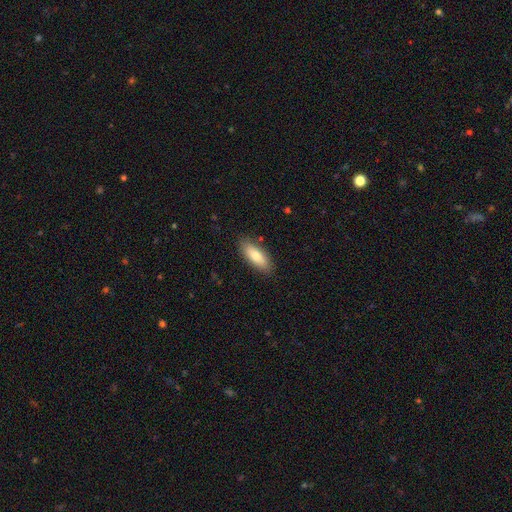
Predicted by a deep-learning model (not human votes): Smooth or featured: smooth — 75% (featured or disk — 18%)
How rounded: in between — 73% (cigar-shaped — 25%)
Merging: none — 86% (minor disturbance — 11%)